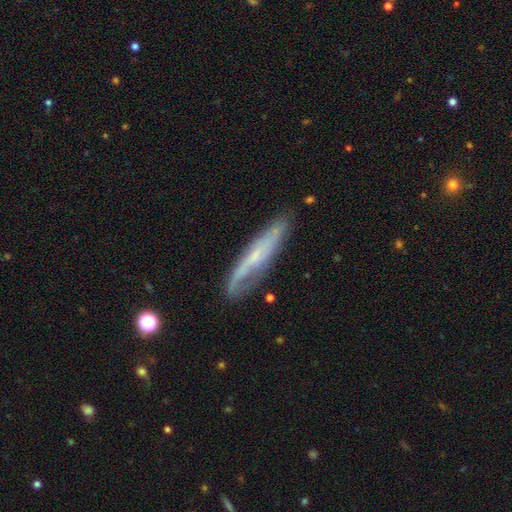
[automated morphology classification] Smooth or featured? featured or disk (61%)
Edge-on disk? yes (54%)
Merging? none (70%)